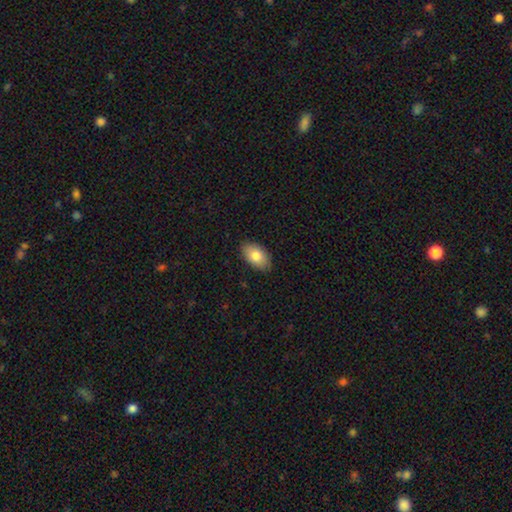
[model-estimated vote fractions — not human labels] Q: Smooth or featured?
A: smooth (80%); runner-up: featured or disk (13%)
Q: How rounded?
A: in between (93%); runner-up: round (5%)
Q: Merging?
A: none (86%); runner-up: minor disturbance (11%)